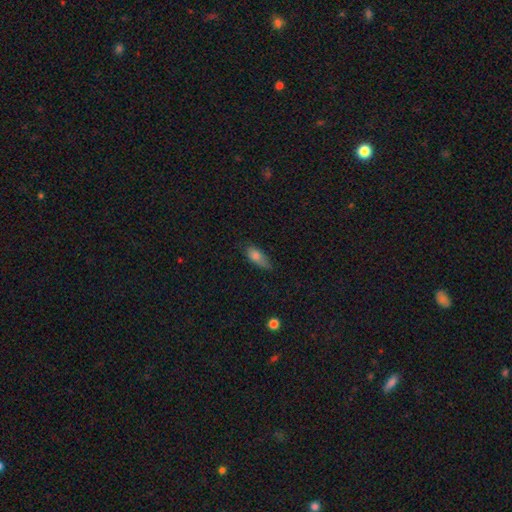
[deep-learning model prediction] smooth-or-featured: smooth: 78% | featured or disk: 13% | star or artifact: 9%
  how-rounded: in between: 78% | cigar-shaped: 18% | round: 4%
  merging: none: 55% | minor disturbance: 34% | major disturbance: 9% | merger: 2%